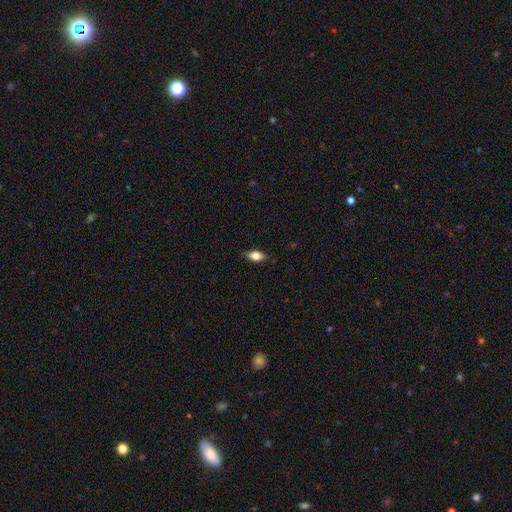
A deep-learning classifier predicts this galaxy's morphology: Smooth or featured? smooth (75%)
How rounded? in between (84%)
Merging? none (83%)